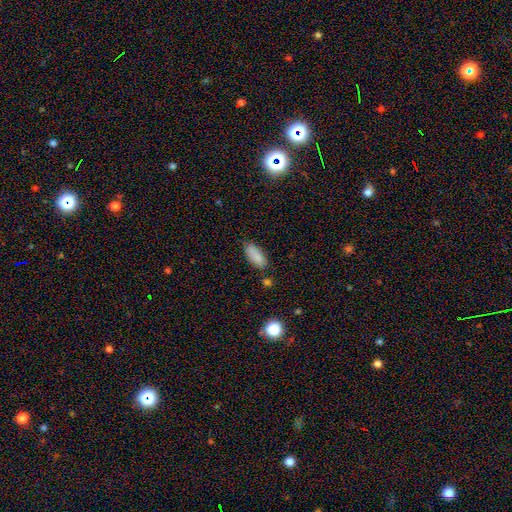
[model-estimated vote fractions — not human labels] Overall: smooth (86%). How rounded: in between (85%). Merging: none (72%).